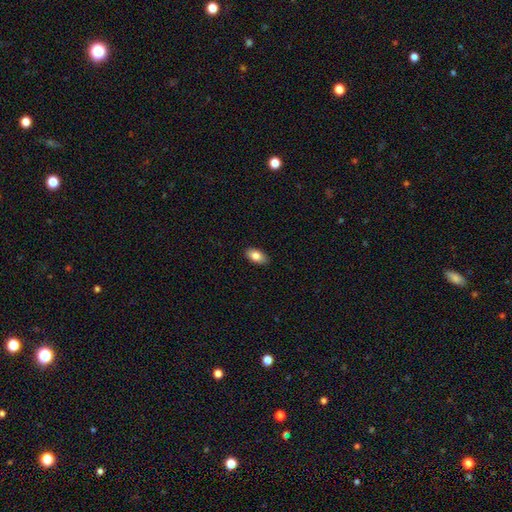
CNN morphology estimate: Overall: smooth (83%). How rounded: in between (93%). Merging: none (90%).